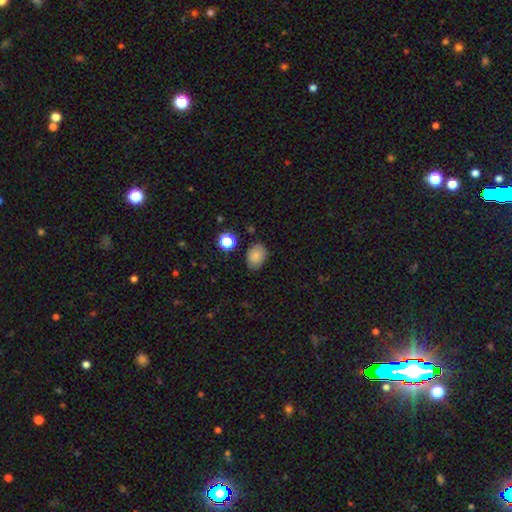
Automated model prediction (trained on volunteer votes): The model was most divided on "how rounded": in between: 66%, round: 33%, cigar-shaped: 1%. More confident: smooth or featured — smooth (81%); merging — none (79%).